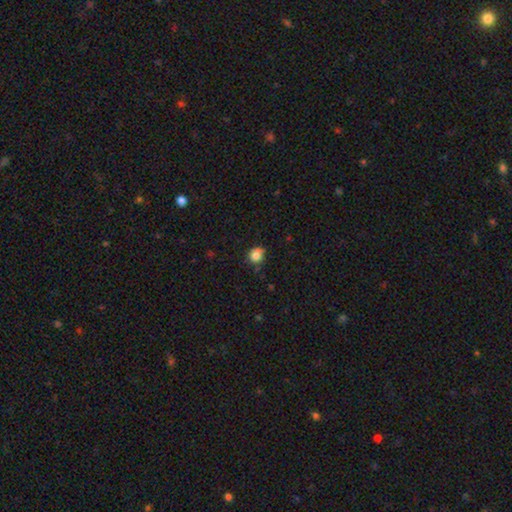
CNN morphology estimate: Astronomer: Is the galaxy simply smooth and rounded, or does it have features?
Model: smooth — 82%.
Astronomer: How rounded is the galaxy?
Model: round — 81%.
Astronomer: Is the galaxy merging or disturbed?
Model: none — 68%.